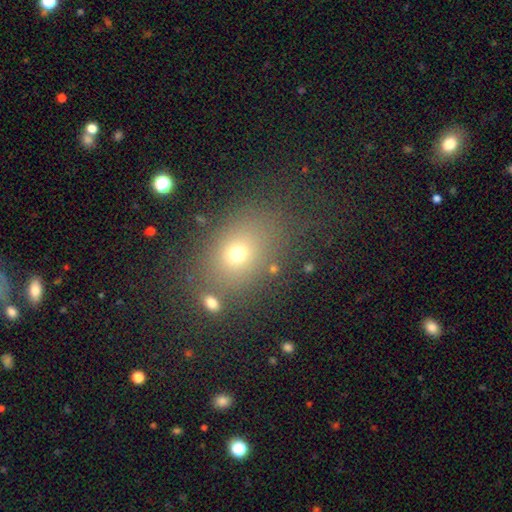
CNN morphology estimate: Smooth or featured? Predicted: smooth (p=0.61). How rounded? Predicted: in between (p=0.55). Merging? Predicted: none (p=0.81).